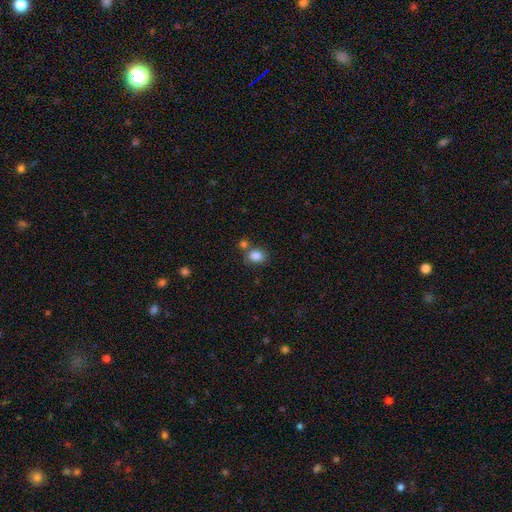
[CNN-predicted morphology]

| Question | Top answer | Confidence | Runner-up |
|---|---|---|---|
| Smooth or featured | smooth | 85% | star or artifact (10%) |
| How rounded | in between | 56% | round (43%) |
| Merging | none | 64% | merger (20%) |